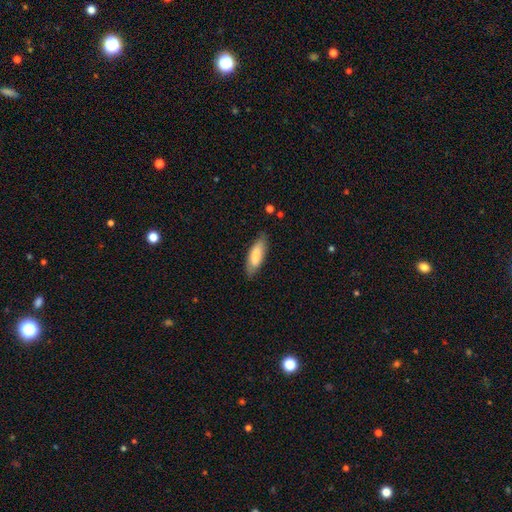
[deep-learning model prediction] Morphology: type=smooth (77%); roundness=in between (61%); merging=none (79%).